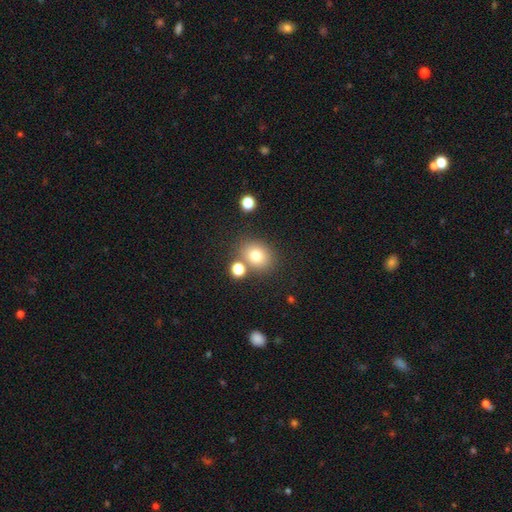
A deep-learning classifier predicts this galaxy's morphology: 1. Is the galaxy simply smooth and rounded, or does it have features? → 77% smooth, 13% star or artifact, 10% featured or disk.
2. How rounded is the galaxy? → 63% round, 36% in between, 1% cigar-shaped.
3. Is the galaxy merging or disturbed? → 73% none, 13% merger, 10% minor disturbance, 4% major disturbance.